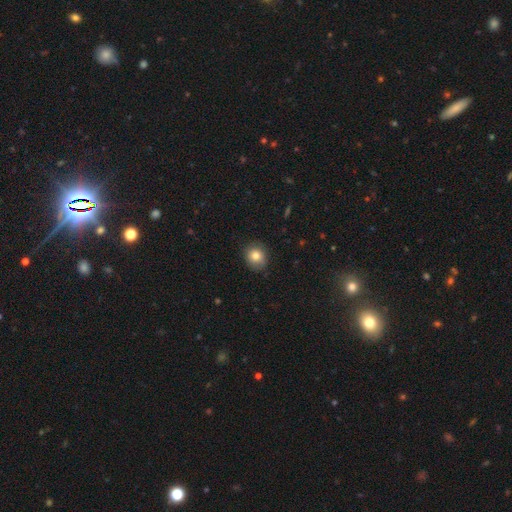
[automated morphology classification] Smooth or featured? Predicted: smooth (p=0.81). How rounded? Predicted: round (p=0.75). Merging? Predicted: none (p=0.81).